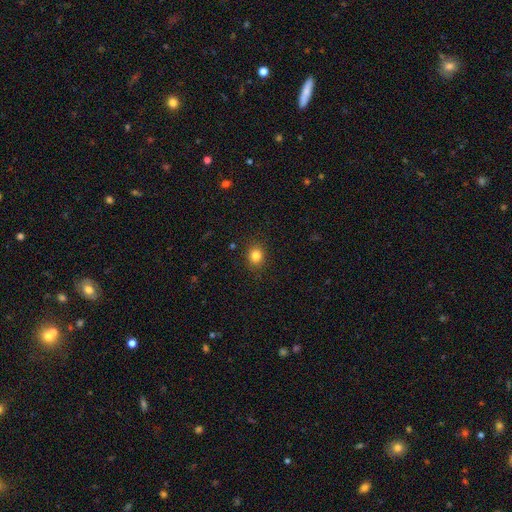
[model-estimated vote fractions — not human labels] Smooth or featured? smooth (83%)
How rounded? round (68%)
Merging? none (87%)